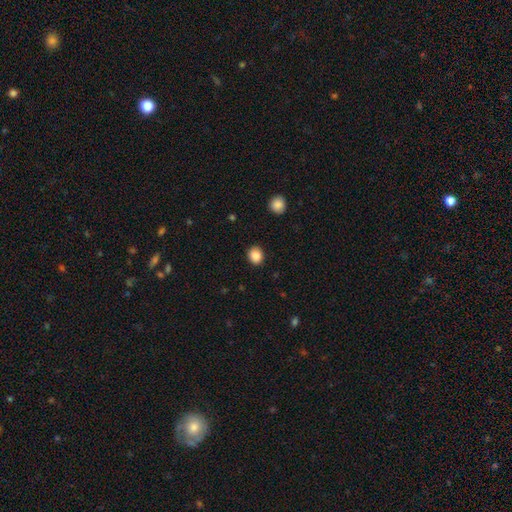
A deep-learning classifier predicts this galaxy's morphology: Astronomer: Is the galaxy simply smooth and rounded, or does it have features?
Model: smooth — 88%.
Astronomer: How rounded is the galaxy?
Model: round — 68%.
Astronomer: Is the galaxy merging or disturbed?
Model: none — 90%.